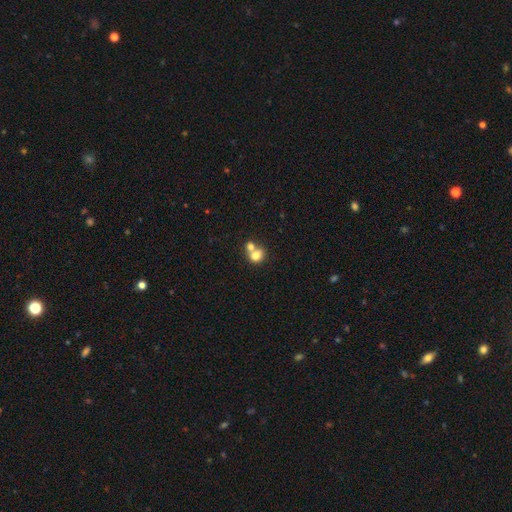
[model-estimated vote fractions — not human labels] The model was most divided on "how rounded": round: 59%, in between: 40%, cigar-shaped: 1%. More confident: smooth or featured — smooth (75%); merging — merger (60%).